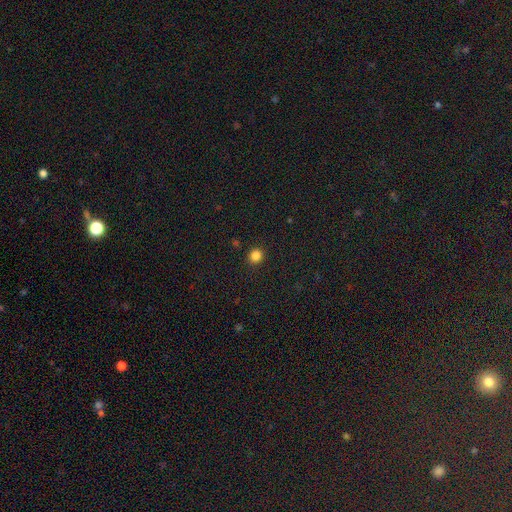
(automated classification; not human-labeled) Morphology: type=smooth (84%); roundness=round (88%); merging=none (92%).